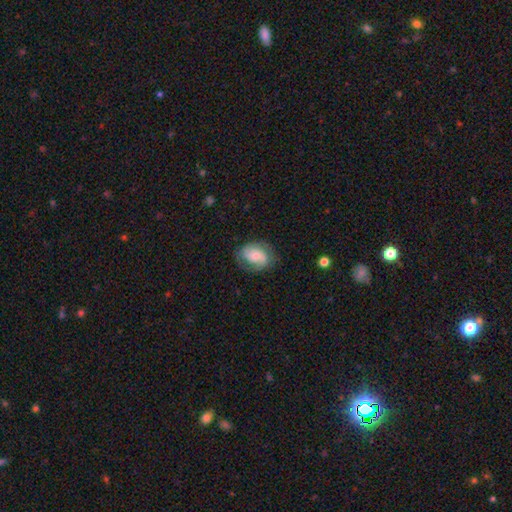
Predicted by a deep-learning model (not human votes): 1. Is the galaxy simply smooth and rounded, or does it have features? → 60% featured or disk, 33% smooth, 7% star or artifact.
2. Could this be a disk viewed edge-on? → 97% no, 3% yes.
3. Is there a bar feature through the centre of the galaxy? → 51% no, 38% weak, 11% strong.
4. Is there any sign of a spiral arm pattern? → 88% yes, 12% no.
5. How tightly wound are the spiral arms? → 44% medium, 34% tight, 22% loose.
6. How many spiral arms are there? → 74% 2, 11% can't tell, 10% 1, 2% 3, 1% 4, 1% more than 4.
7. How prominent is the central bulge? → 47% small, 38% moderate, 7% none, 6% large, 2% dominant.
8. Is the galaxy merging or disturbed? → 71% none, 19% minor disturbance, 9% major disturbance, 1% merger.